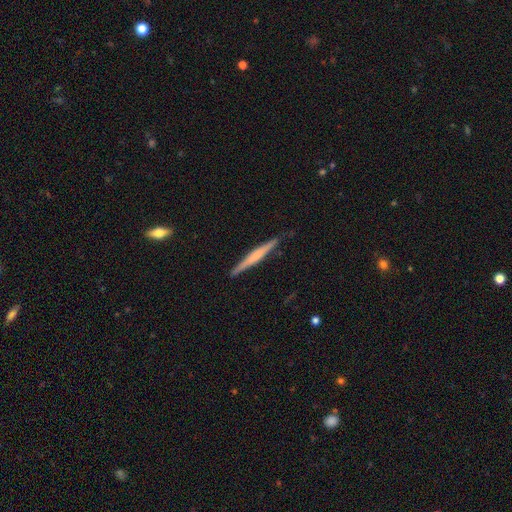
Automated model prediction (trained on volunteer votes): This is possibly a featured or disk galaxy (56%). It is clearly viewed edge-on (98%). Edge-on bulge: marginally none (44%). Merging: clearly none (88%).